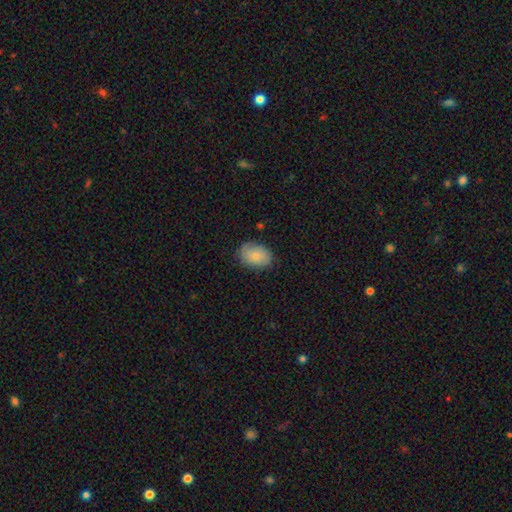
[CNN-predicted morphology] A smooth galaxy with no disk features (73%) that is in between round and cigar-shaped (75%). Merging: none (76%).